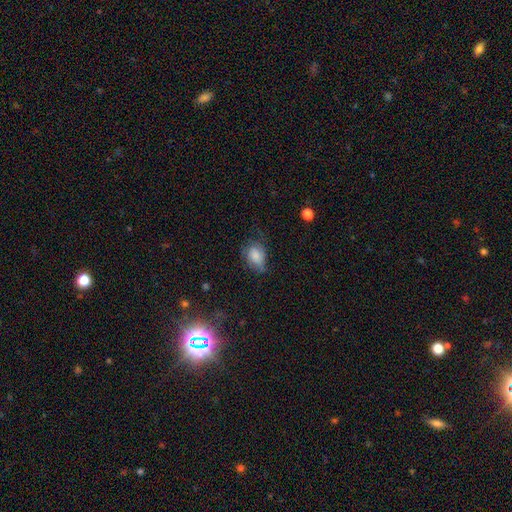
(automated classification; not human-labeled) Q: Smooth or featured?
A: smooth (70%); runner-up: featured or disk (21%)
Q: How rounded?
A: in between (70%); runner-up: round (29%)
Q: Merging?
A: none (44%); runner-up: minor disturbance (34%)